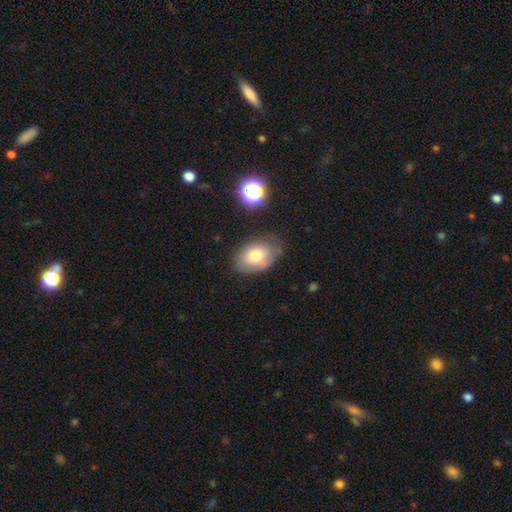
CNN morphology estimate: Smooth or featured?
  - smooth: 69% *
  - featured or disk: 22%
  - star or artifact: 9%
How rounded?
  - in between: 86% *
  - round: 13%
  - cigar-shaped: 1%
Merging?
  - none: 67% *
  - minor disturbance: 24%
  - major disturbance: 7%
  - merger: 2%